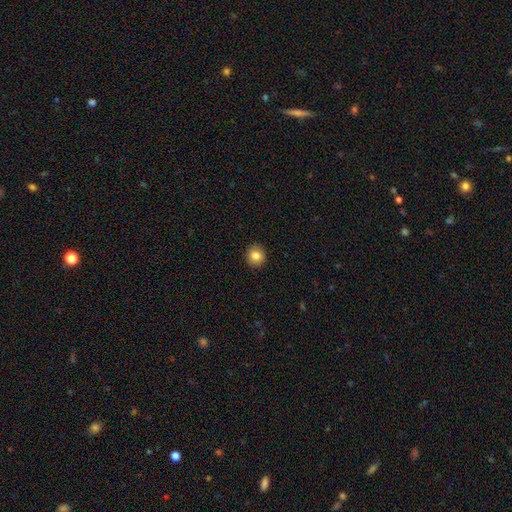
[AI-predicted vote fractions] Smooth or featured? smooth (84%)
How rounded? round (90%)
Merging? none (92%)